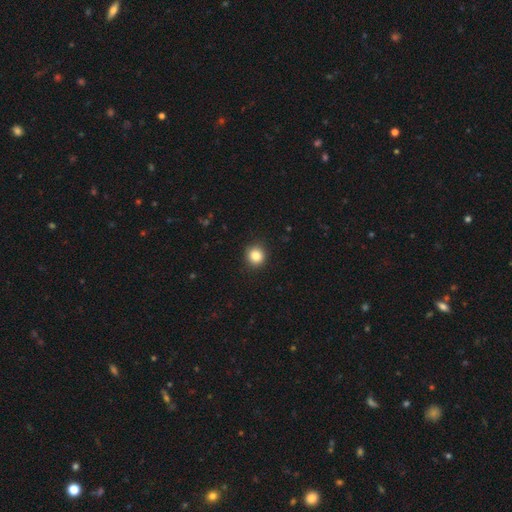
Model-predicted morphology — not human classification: type=smooth (85%); roundness=round (92%); merging=none (91%).